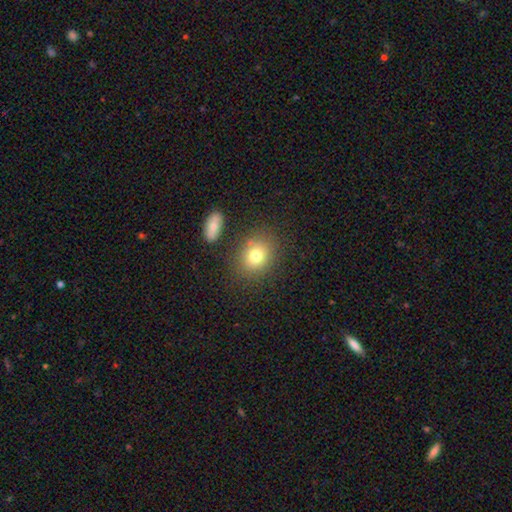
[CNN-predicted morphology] This appears to be a smooth galaxy with no disk features (77%) that is round (58%). Merging: none (77%).